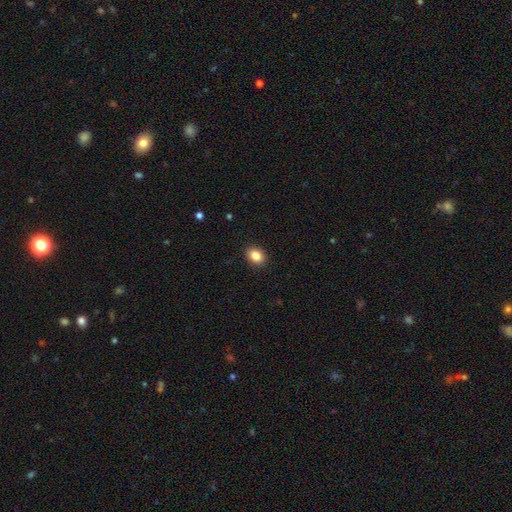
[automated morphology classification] A smooth galaxy with no disk features (86%) that is in between round and cigar-shaped (61%). Merging: none (91%).